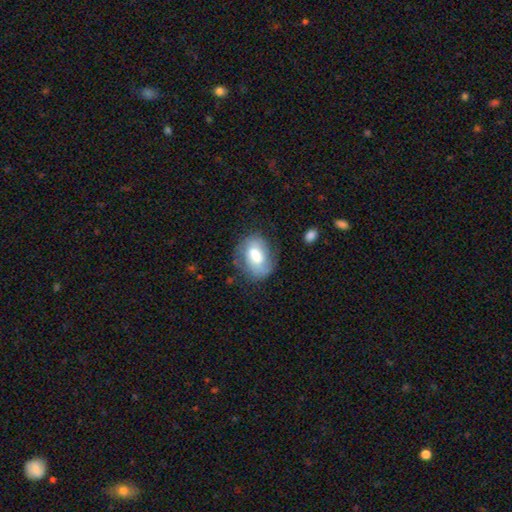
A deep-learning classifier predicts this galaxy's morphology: A smooth galaxy with no disk features (50%) that is in between round and cigar-shaped (77%).

Vote fractions:
- Smooth or featured? smooth: 50% / featured or disk: 42% / star or artifact: 7%
- How rounded? in between: 77% / round: 22% / cigar-shaped: 1%
- Merging? none: 67% / minor disturbance: 22% / major disturbance: 9% / merger: 2%